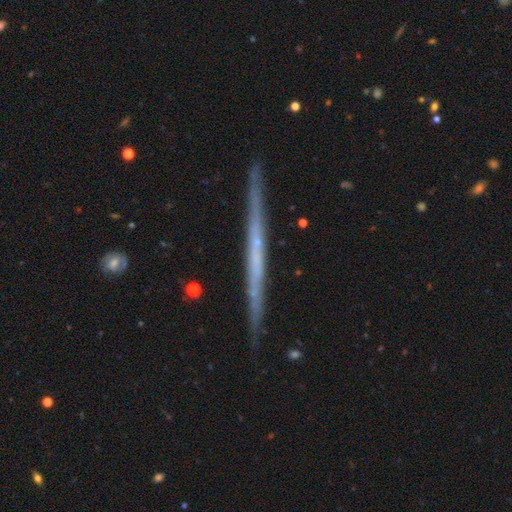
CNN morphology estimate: This appears to be a featured or disk galaxy (64%) viewed edge-on (98%) with no central bulge (91%). Merging: none (91%).